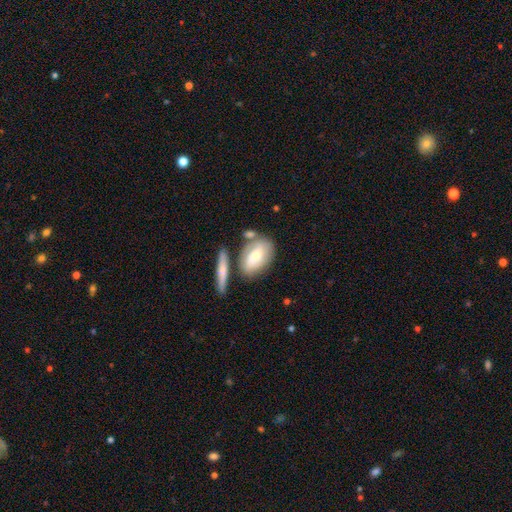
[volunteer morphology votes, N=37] Q: Smooth or featured?
A: smooth (84%); runner-up: featured or disk (11%)
Q: How rounded?
A: in between (77%); runner-up: round (19%)
Q: Merging?
A: none (40%); runner-up: merger (26%)